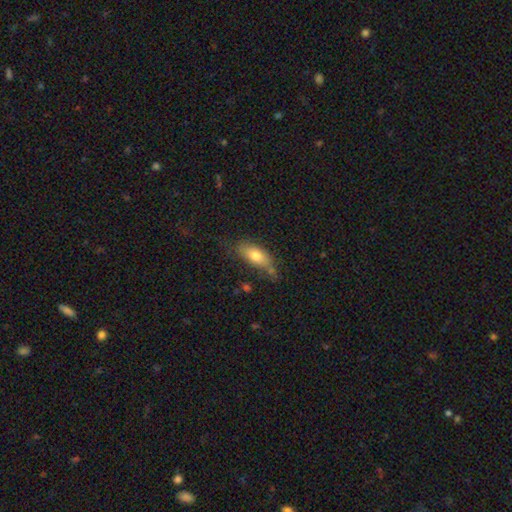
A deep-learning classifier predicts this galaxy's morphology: This appears to be a smooth galaxy with no disk features (73%) that is in between round and cigar-shaped (80%). Merging: none (64%).